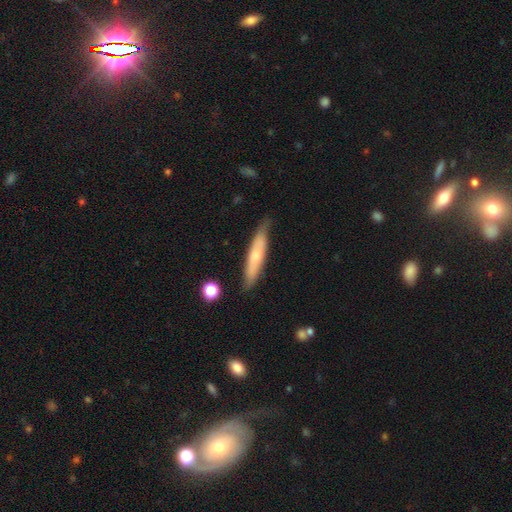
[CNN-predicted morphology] This appears to be a smooth galaxy with no disk features (57%) that is cigar-shaped (85%). Merging: none (78%).